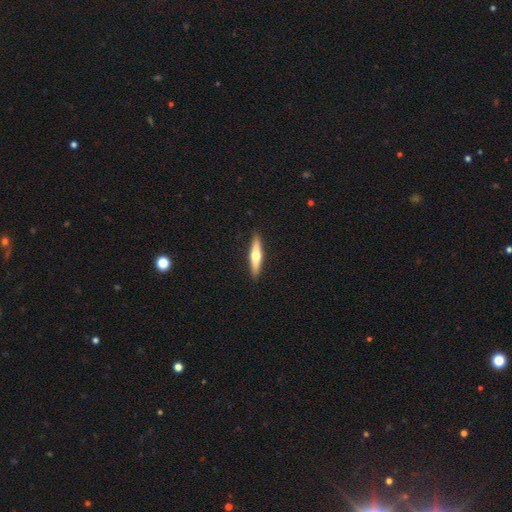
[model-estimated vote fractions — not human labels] Smooth or featured?
  - featured or disk: 50% *
  - smooth: 46%
  - star or artifact: 5%
Merging?
  - none: 91% *
  - minor disturbance: 6%
  - major disturbance: 1%
  - merger: 1%